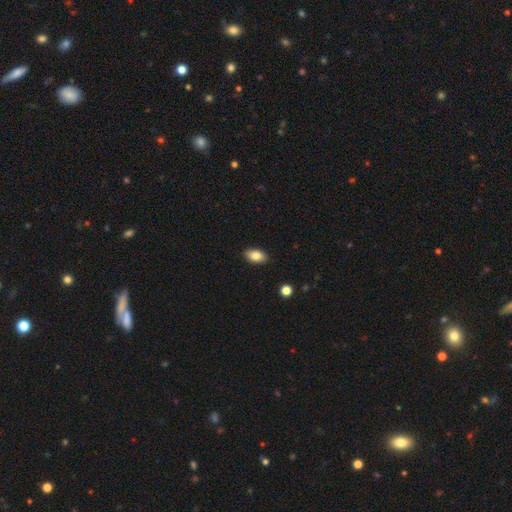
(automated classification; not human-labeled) This appears to be a smooth galaxy with no disk features (84%) that is in between round and cigar-shaped (92%). Merging: none (88%).